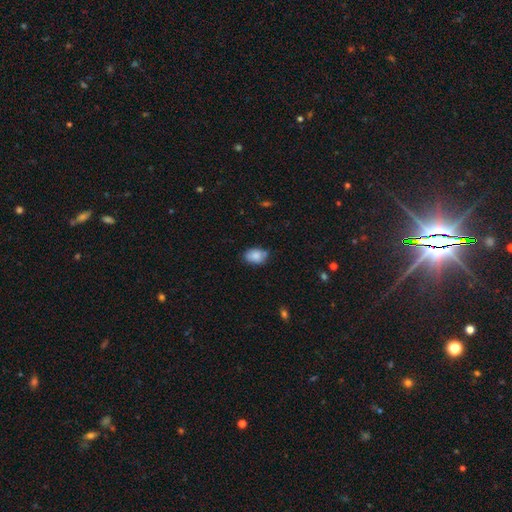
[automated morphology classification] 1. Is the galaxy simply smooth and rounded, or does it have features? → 84% smooth, 9% featured or disk, 8% star or artifact.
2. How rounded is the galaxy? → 82% in between, 16% round, 1% cigar-shaped.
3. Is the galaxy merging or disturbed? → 68% none, 25% minor disturbance, 4% major disturbance, 3% merger.